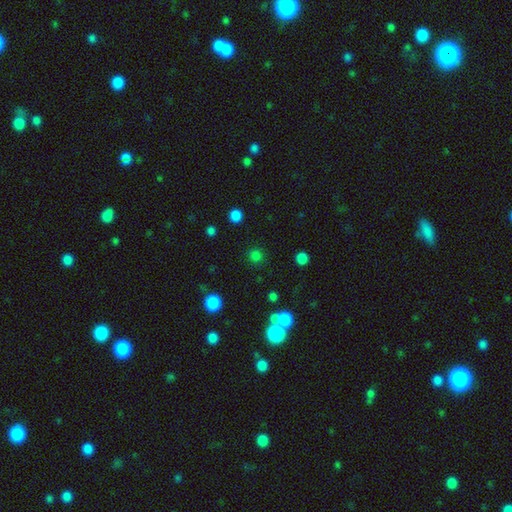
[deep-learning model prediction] This appears to be a smooth galaxy with no disk features (77%) that is round (92%). Merging: none (86%).